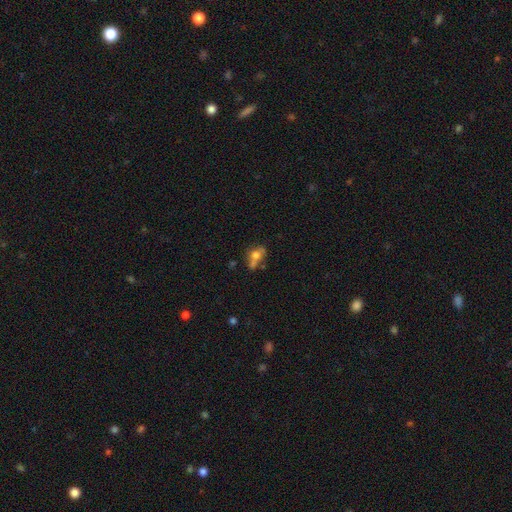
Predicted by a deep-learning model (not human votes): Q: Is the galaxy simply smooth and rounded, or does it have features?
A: smooth — 57%.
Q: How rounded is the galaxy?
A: in between — 63%.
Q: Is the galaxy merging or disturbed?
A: none — 36%.